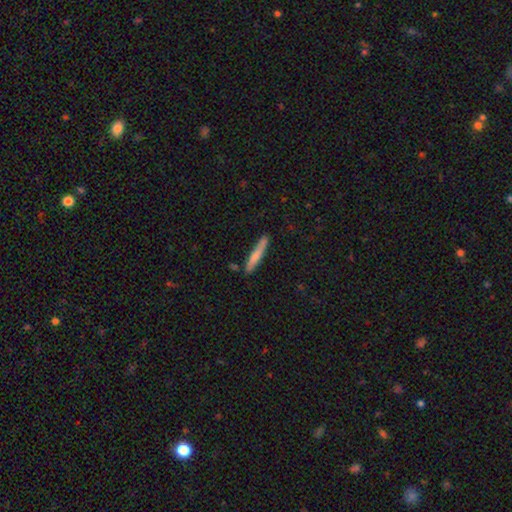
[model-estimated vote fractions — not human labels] Smooth or featured? smooth (69%)
How rounded? cigar-shaped (94%)
Merging? none (83%)